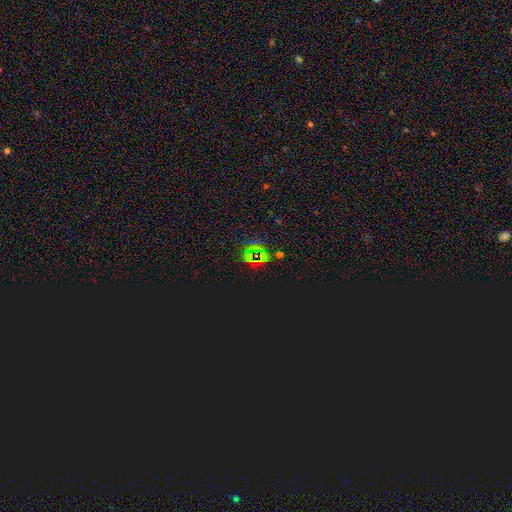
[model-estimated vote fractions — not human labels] Smooth or featured? Predicted: star or artifact (p=0.77).